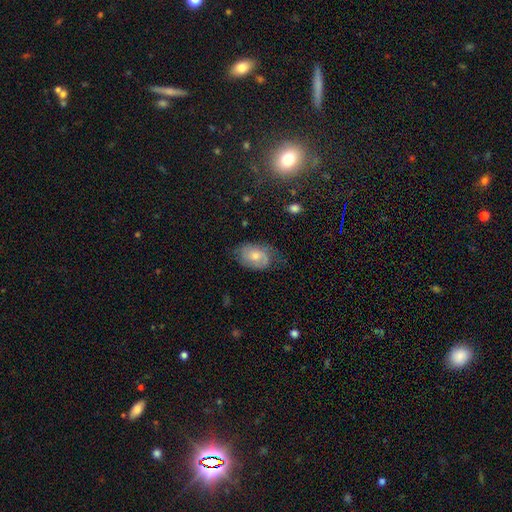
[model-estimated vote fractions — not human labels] Morphology: type=smooth (51%); roundness=in between (81%); merging=none (55%).